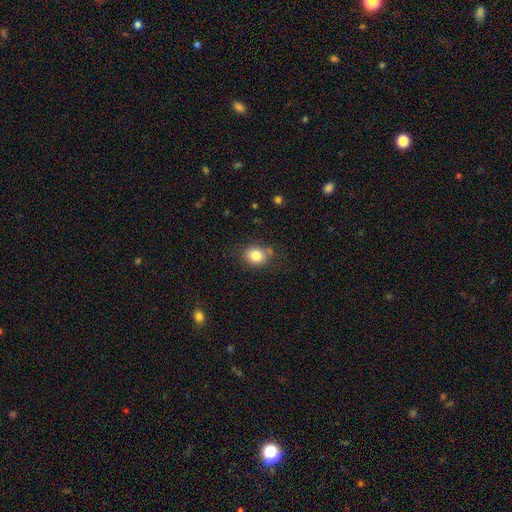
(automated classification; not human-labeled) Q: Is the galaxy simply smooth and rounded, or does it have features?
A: smooth — 82%.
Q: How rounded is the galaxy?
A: round — 61%.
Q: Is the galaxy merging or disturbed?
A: none — 76%.